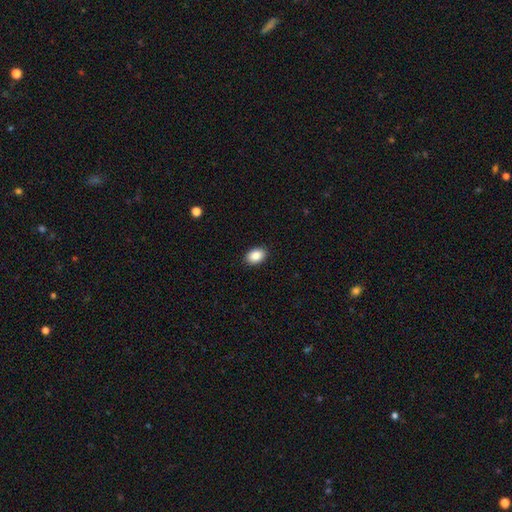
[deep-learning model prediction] This appears to be a smooth galaxy with no disk features (88%) that is in between round and cigar-shaped (84%). Merging: none (90%).